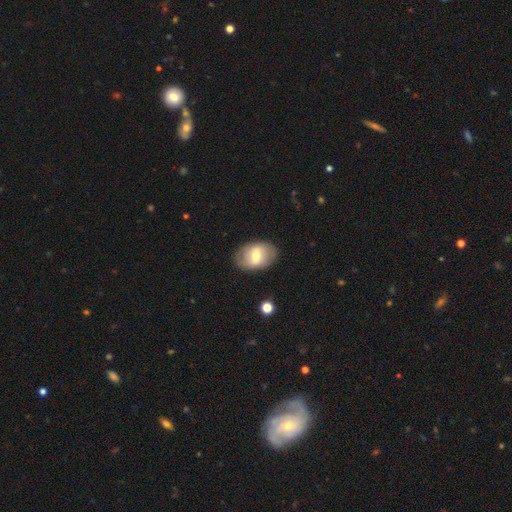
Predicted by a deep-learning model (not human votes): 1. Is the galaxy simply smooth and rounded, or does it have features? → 53% smooth, 41% featured or disk, 7% star or artifact.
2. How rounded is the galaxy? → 83% in between, 15% round, 1% cigar-shaped.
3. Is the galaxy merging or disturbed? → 83% none, 12% minor disturbance, 4% major disturbance, 1% merger.